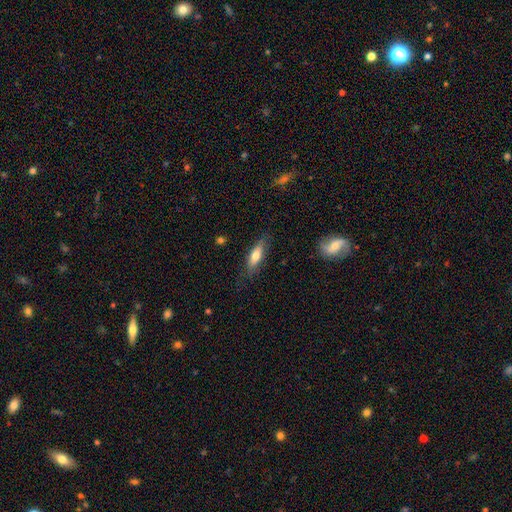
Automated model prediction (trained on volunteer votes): The model was most divided on "how rounded": in between: 53%, cigar-shaped: 45%, round: 2%. More confident: merging — none (79%); smooth or featured — smooth (69%).